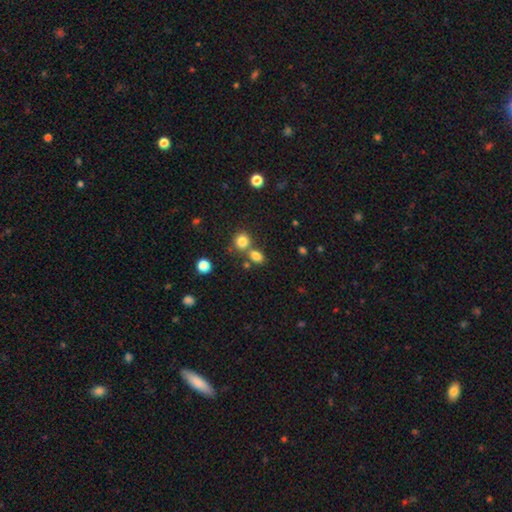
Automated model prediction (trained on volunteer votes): Overall: smooth (80%). How rounded: in between (61%; round 38%). Merging: none (55%; merger 31%).